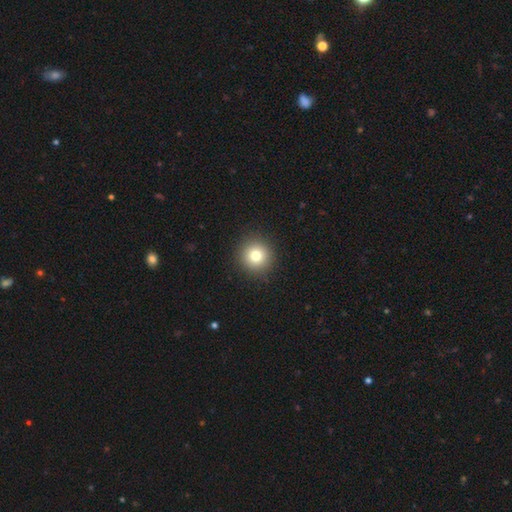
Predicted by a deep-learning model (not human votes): Smooth or featured? Predicted: smooth (p=0.79). How rounded? Predicted: round (p=0.94). Merging? Predicted: none (p=0.92).